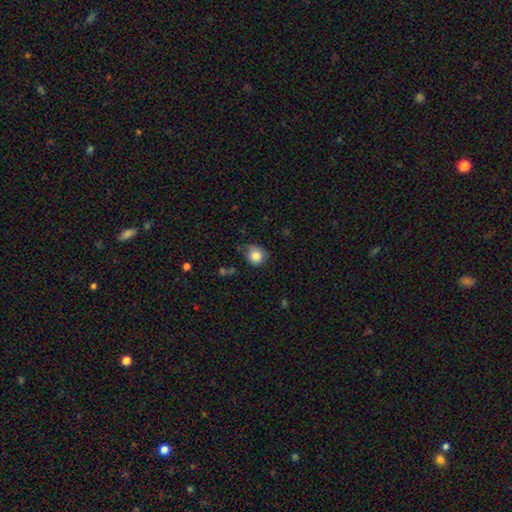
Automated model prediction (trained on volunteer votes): Overall: smooth (83%). How rounded: round (80%). Merging: none (62%; minor disturbance 28%).